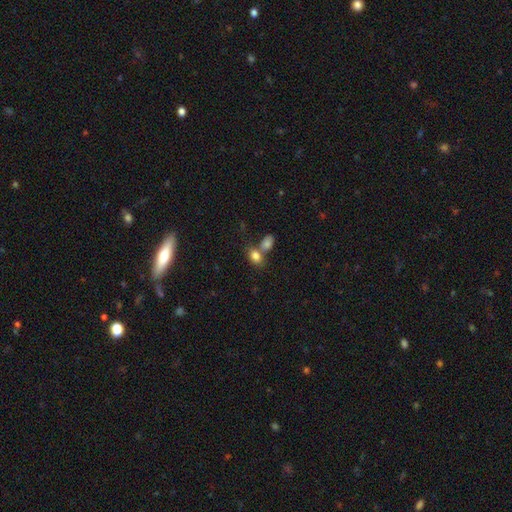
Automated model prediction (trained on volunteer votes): smooth_or_featured: smooth (p=0.81) [alt: featured or disk p=0.10]
how_rounded: in between (p=0.78) [alt: round p=0.20]
merging: merger (p=0.49) [alt: none p=0.38]